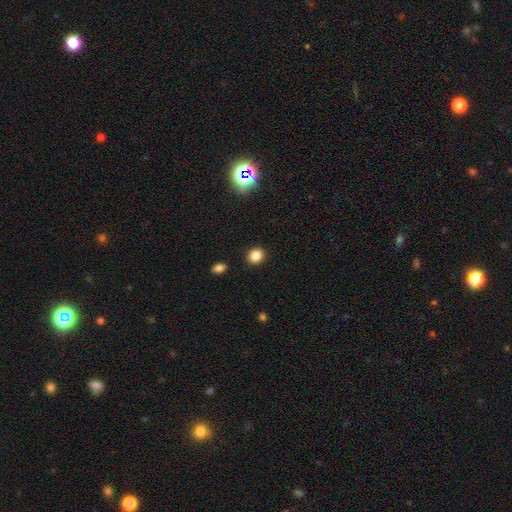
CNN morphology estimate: smooth 84%, star or artifact 12%, featured or disk 4%. Down the decision tree: how rounded — round (71%); merging — none (90%).